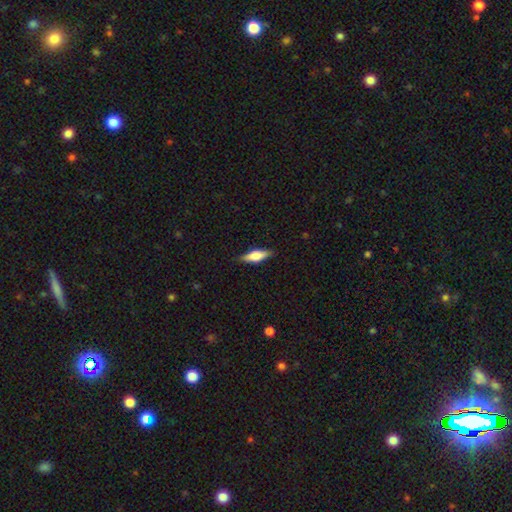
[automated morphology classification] The model was most divided on "how rounded": in between: 53%, cigar-shaped: 45%, round: 3%. More confident: merging — none (84%); smooth or featured — smooth (57%).